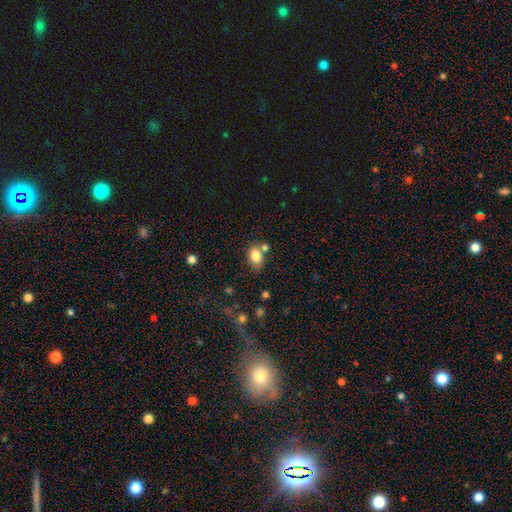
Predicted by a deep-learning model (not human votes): This is clearly a smooth galaxy (83%). How rounded: likely in between (77%). Merging: possibly none (58%).